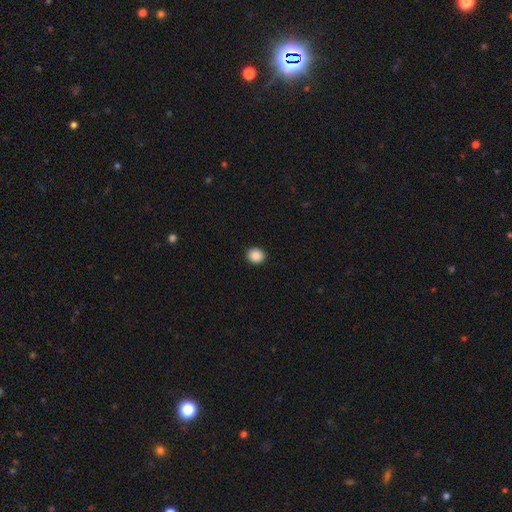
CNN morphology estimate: smooth-or-featured: smooth: 89% | star or artifact: 9% | featured or disk: 3%
  how-rounded: round: 77% | in between: 22% | cigar-shaped: 1%
  merging: none: 93% | minor disturbance: 5% | major disturbance: 2% | merger: 1%